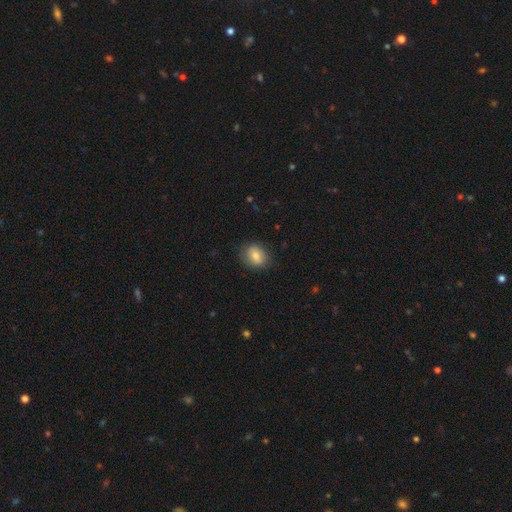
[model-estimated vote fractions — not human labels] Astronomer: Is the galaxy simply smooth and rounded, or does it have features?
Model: smooth — 75%.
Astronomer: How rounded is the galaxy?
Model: round — 49%, tied with in between at 49%.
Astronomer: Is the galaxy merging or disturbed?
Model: none — 81%.